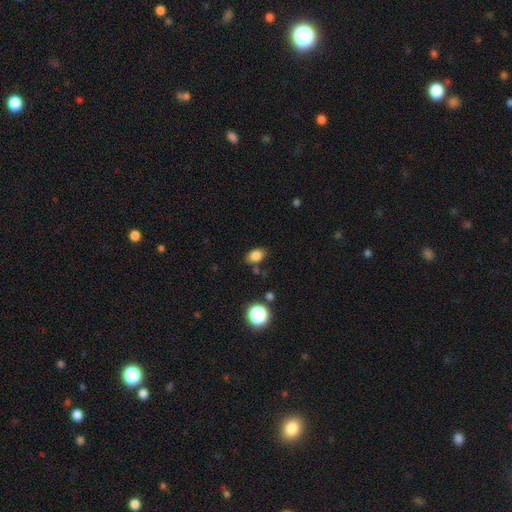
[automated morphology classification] Smooth or featured?
  - smooth: 82% *
  - star or artifact: 12%
  - featured or disk: 6%
How rounded?
  - in between: 78% *
  - round: 21%
  - cigar-shaped: 1%
Merging?
  - none: 78% *
  - minor disturbance: 14%
  - merger: 4%
  - major disturbance: 3%